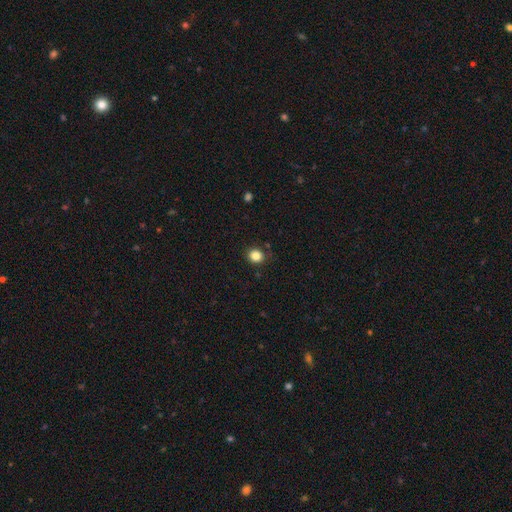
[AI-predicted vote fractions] A smooth galaxy with no disk features (84%) that is round (80%).

Vote fractions:
- Smooth or featured? smooth: 84% / star or artifact: 11% / featured or disk: 4%
- How rounded? round: 80% / in between: 20% / cigar-shaped: 1%
- Merging? none: 87% / minor disturbance: 9% / major disturbance: 2% / merger: 2%